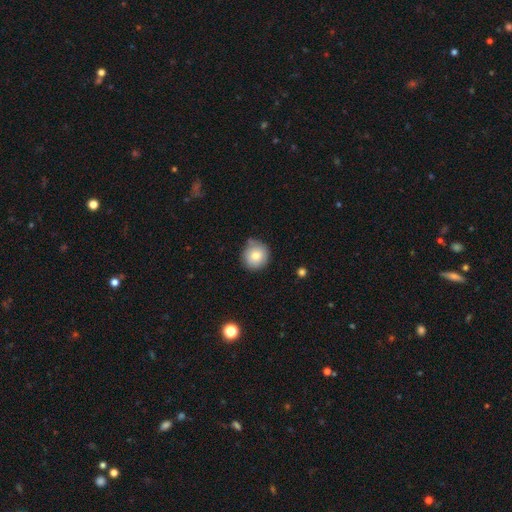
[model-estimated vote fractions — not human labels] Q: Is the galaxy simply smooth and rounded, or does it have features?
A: smooth — 77%.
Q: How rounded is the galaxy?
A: round — 92%.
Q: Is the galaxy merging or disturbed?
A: none — 73%.